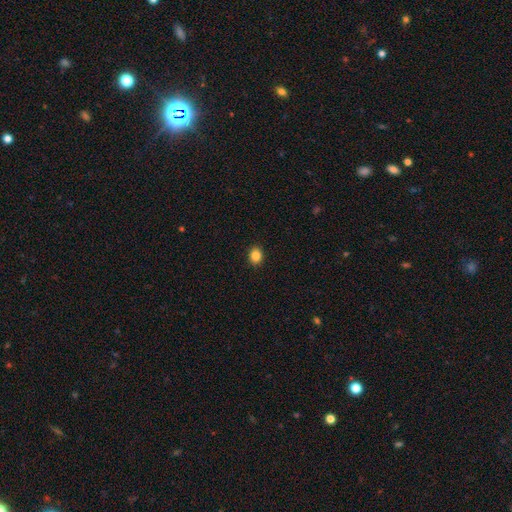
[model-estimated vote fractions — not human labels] Smooth or featured: smooth — 86% (star or artifact — 10%)
How rounded: round — 53% (in between — 46%)
Merging: none — 91% (minor disturbance — 6%)